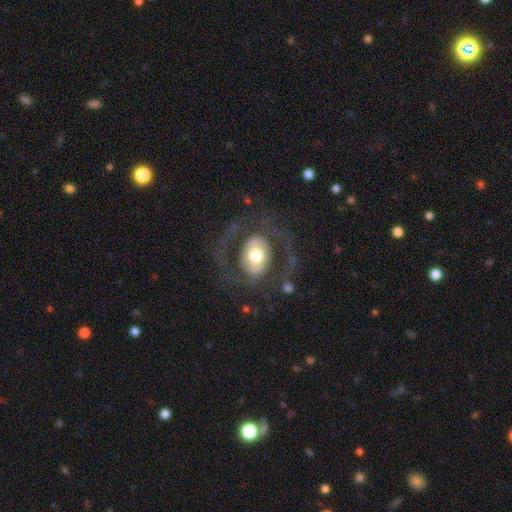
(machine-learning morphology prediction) Smooth or featured: featured or disk — 73% (smooth — 21%)
Edge-on disk: no — 96% (yes — 4%)
Bar: no — 51% (weak — 30%)
Spiral arms: yes — 76% (no — 24%)
Spiral winding: medium — 48% (loose — 36%)
Spiral arm count: 2 — 88% (can't tell — 4%)
Bulge size: moderate — 56% (large — 32%)
Merging: none — 67% (major disturbance — 19%)